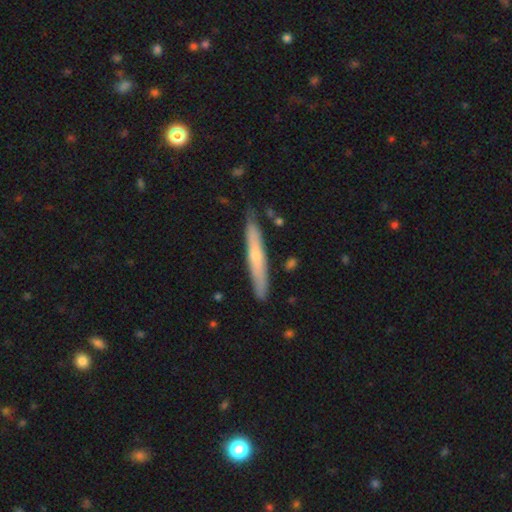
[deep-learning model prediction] A smooth galaxy with no disk features (54%) that is cigar-shaped (94%). Merging: none (84%).